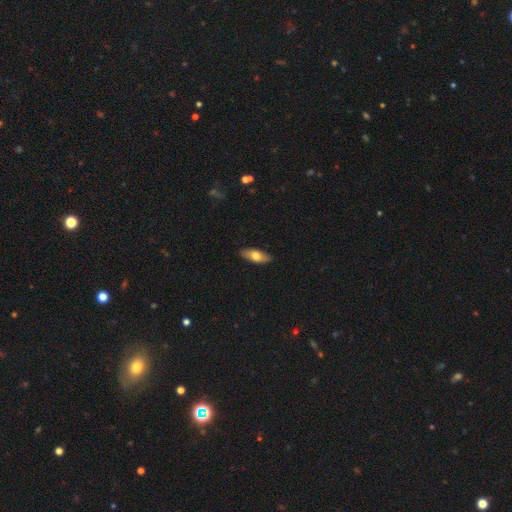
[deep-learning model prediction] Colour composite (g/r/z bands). It shows a smooth galaxy with no disk features (67%) that is in between round and cigar-shaped (74%). Merging: none (88%).